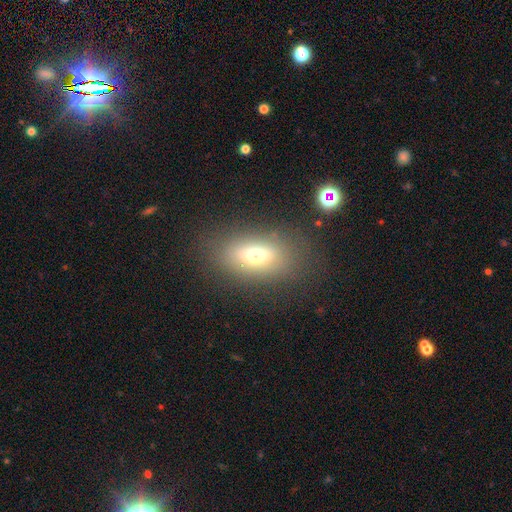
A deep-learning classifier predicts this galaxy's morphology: Overall: smooth (65%). How rounded: in between (81%). Merging: none (79%).